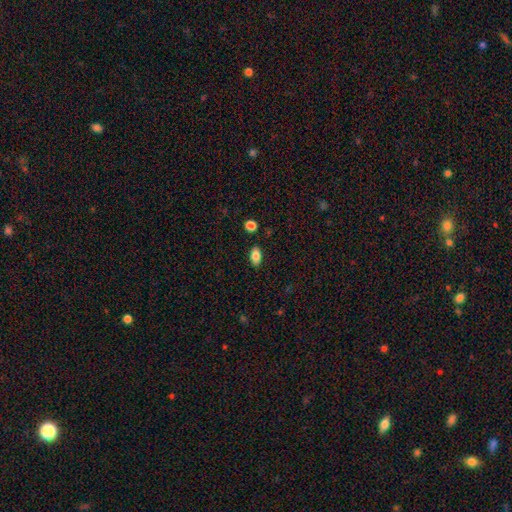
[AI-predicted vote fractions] This appears to be a smooth galaxy with no disk features (84%) that is in between round and cigar-shaped (91%). Merging: none (86%).